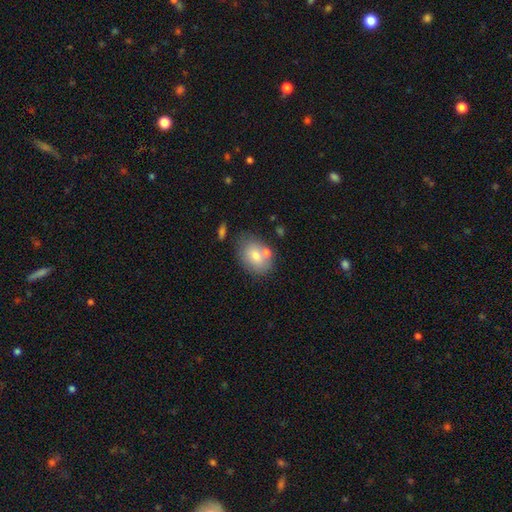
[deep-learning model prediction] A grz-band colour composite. It shows a smooth galaxy with no disk features (73%) that is in between round and cigar-shaped (71%). Merging: none (67%).